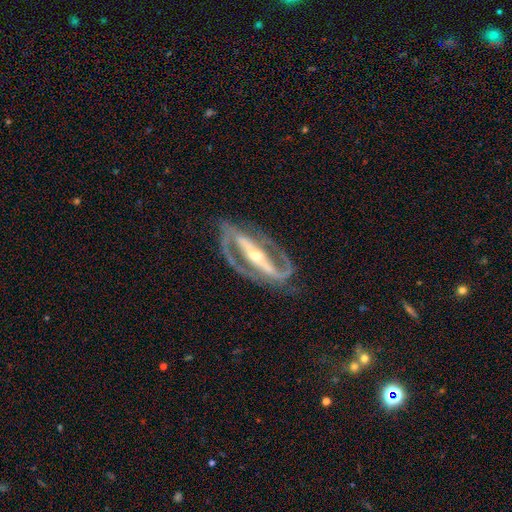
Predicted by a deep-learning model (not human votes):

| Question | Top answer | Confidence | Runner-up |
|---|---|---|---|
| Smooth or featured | featured or disk | 90% | star or artifact (5%) |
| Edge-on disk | no | 89% | yes (11%) |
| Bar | strong | 76% | weak (15%) |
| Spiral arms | yes | 93% | no (7%) |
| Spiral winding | medium | 47% | tight (36%) |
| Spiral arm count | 2 | 91% | can't tell (4%) |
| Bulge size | moderate | 48% | small (46%) |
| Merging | none | 77% | minor disturbance (13%) |